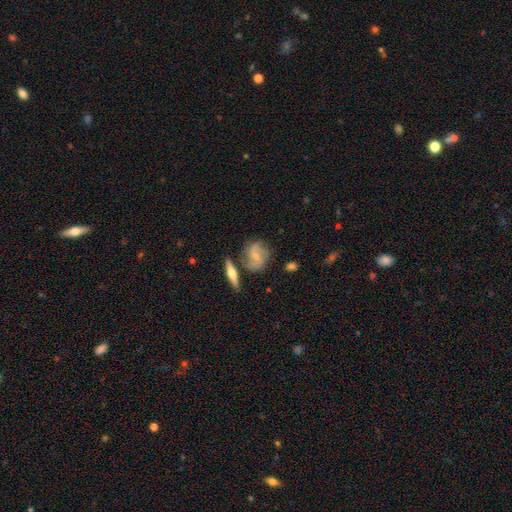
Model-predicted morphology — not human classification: This is likely a featured or disk galaxy (66%). It is clearly not viewed edge-on (90%). Bar: marginally weak (43%). Spiral arm pattern: clearly yes (87%). Spiral arm count: likely 2 (68%). Spiral winding: marginally medium (43%). Central bulge: likely small (64%). Merging: likely none (65%).